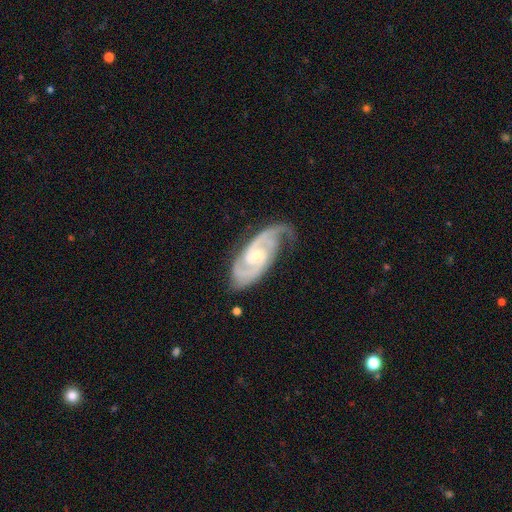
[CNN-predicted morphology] Q: Smooth or featured?
A: featured or disk (92%); runner-up: smooth (4%)
Q: Edge-on disk?
A: no (96%); runner-up: yes (4%)
Q: Bar?
A: no (56%); runner-up: weak (34%)
Q: Spiral arms?
A: yes (98%); runner-up: no (2%)
Q: Spiral winding?
A: tight (48%); runner-up: medium (45%)
Q: Spiral arm count?
A: 2 (82%); runner-up: 3 (9%)
Q: Bulge size?
A: small (59%); runner-up: moderate (37%)
Q: Merging?
A: none (73%); runner-up: minor disturbance (19%)